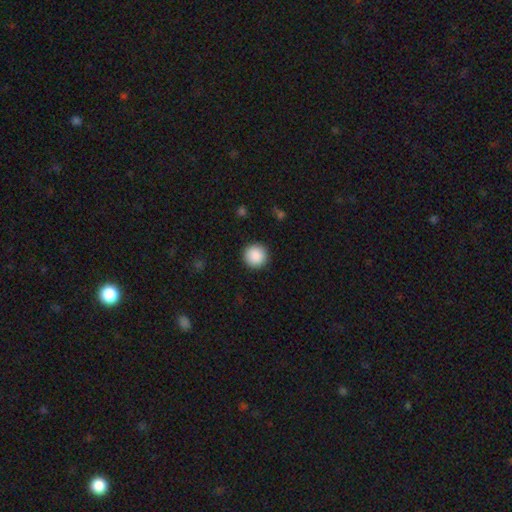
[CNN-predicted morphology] smooth 89%, star or artifact 8%, featured or disk 3%. Down the decision tree: how rounded — round (96%); merging — none (92%).